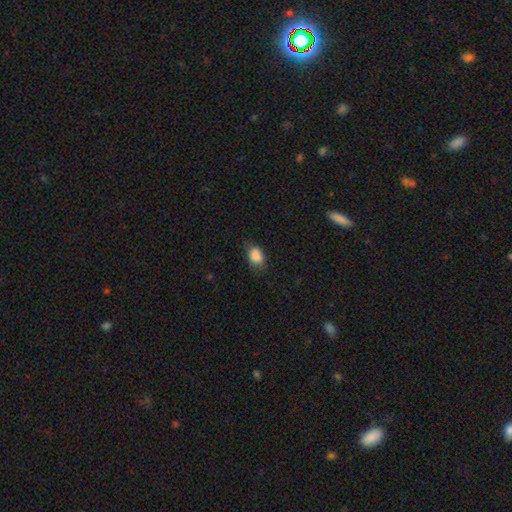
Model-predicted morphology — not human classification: Smooth or featured? smooth (87%)
How rounded? in between (75%)
Merging? none (72%)